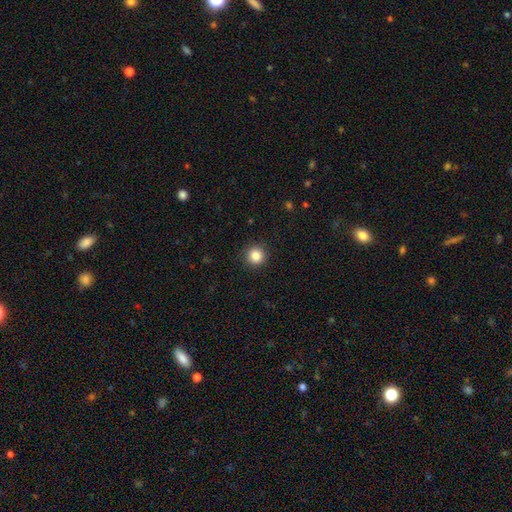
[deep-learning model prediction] The model was most divided on "smooth or featured": smooth: 85%, star or artifact: 11%, featured or disk: 4%. More confident: how rounded — round (95%); merging — none (92%).